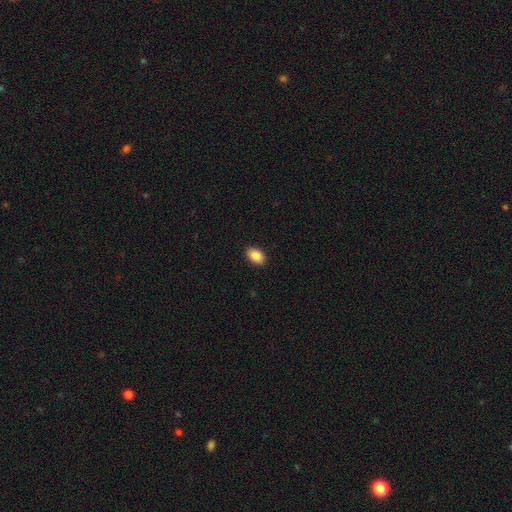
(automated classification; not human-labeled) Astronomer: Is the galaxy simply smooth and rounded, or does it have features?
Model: smooth — 88%.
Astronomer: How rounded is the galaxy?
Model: in between — 89%.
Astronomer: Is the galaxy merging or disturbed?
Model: none — 91%.